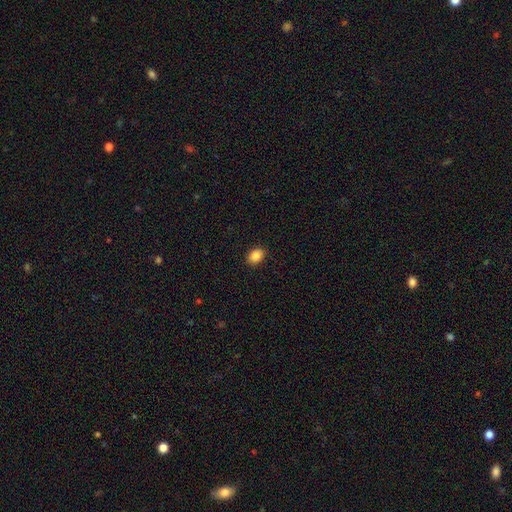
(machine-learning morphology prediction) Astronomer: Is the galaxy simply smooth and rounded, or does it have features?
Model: smooth — 87%.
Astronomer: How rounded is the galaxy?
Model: in between — 65%.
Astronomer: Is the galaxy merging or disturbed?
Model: none — 88%.